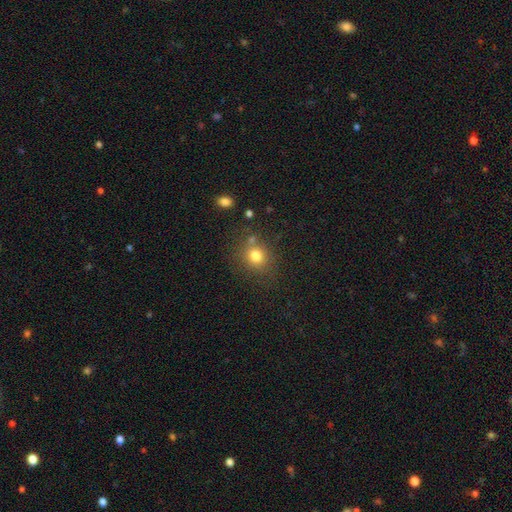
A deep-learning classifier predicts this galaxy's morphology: A smooth galaxy with no disk features (78%) that is round (78%). Merging: none (72%).